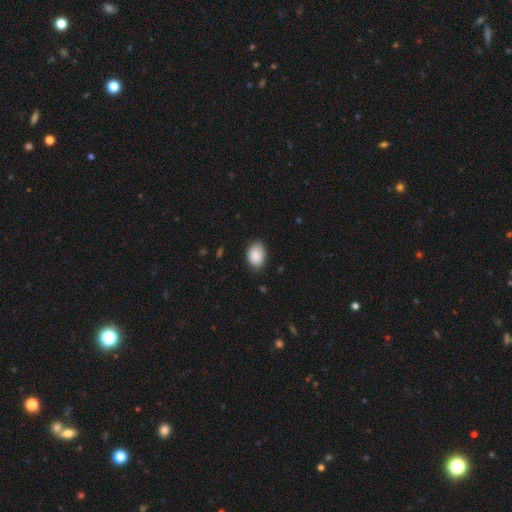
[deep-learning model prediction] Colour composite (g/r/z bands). It shows a smooth galaxy with no disk features (89%) that is in between round and cigar-shaped (82%). Merging: none (80%).